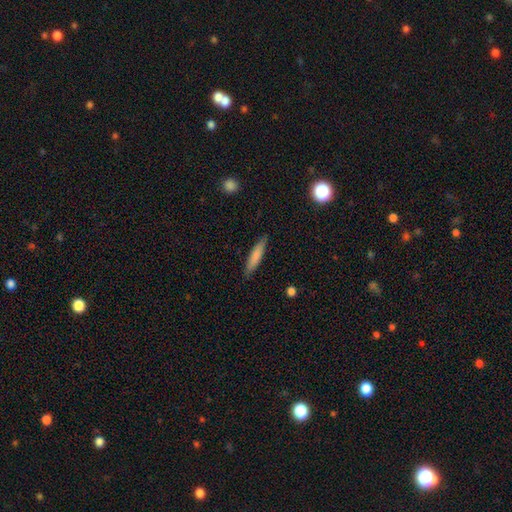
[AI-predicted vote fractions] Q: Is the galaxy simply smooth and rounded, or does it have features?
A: smooth — 76%.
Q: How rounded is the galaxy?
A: cigar-shaped — 87%.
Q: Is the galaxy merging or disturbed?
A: none — 87%.